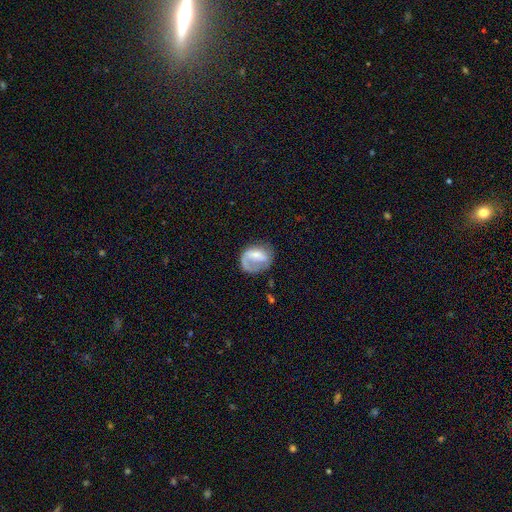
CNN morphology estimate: The model was most divided on "smooth or featured": featured or disk: 51%, smooth: 42%, star or artifact: 7%. Remaining: edge-on disk — no (96%); merging — none (42%).